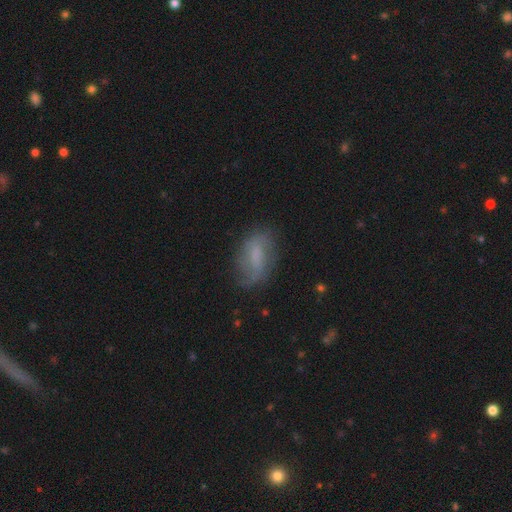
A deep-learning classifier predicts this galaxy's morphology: A smooth galaxy with no disk features (45%, tied with featured or disk).

Vote fractions:
- Smooth or featured? smooth: 45% (tied) / featured or disk: 45% (tied) / star or artifact: 9%
- Merging? none: 65% / minor disturbance: 24% / major disturbance: 10% / merger: 2%